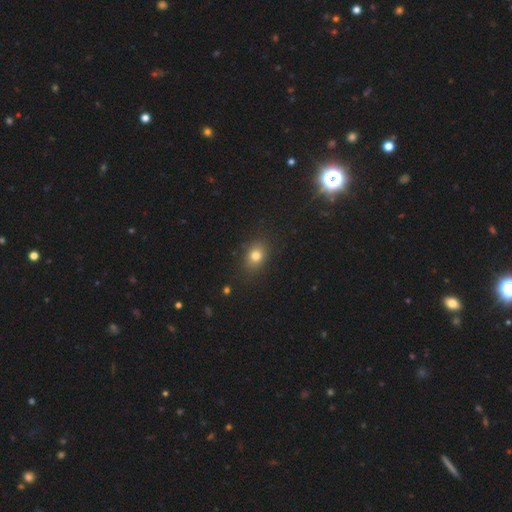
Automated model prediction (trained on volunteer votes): The model was most divided on "how rounded": in between: 58%, round: 40%, cigar-shaped: 1%. More confident: merging — none (83%); smooth or featured — smooth (79%).